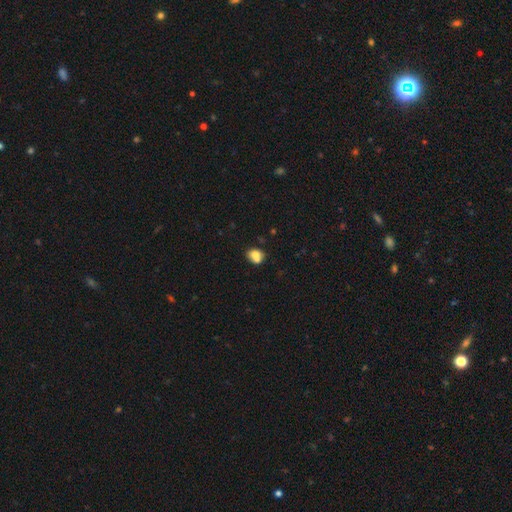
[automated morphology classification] Q: Smooth or featured?
A: smooth (74%); runner-up: featured or disk (16%)
Q: How rounded?
A: round (54%); runner-up: in between (45%)
Q: Merging?
A: none (46%); runner-up: merger (31%)